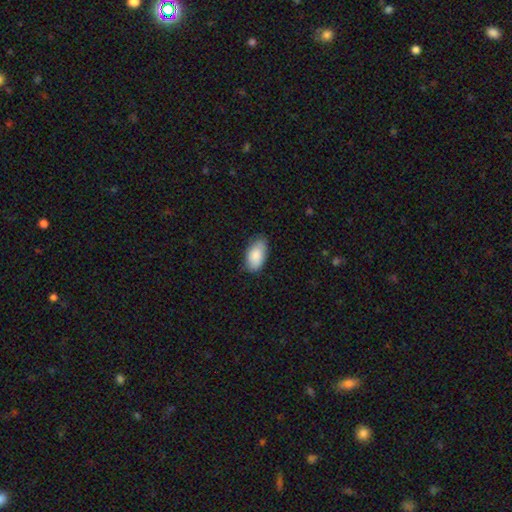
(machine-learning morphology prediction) type=smooth (84%); roundness=in between (94%); merging=none (73%).